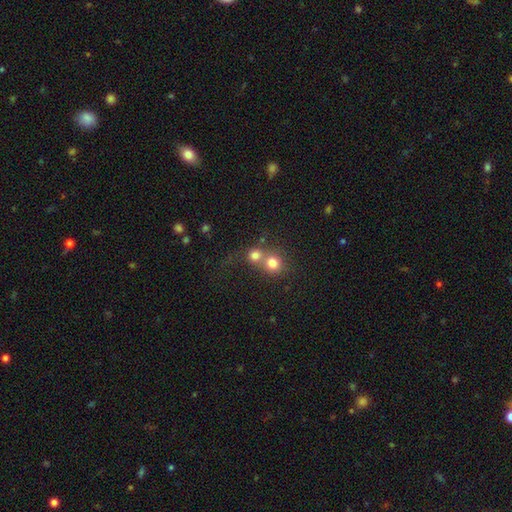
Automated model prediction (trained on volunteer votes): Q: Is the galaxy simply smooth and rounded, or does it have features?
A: smooth — 74%.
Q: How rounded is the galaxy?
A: round — 87%.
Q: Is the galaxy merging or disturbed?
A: merger — 53%.